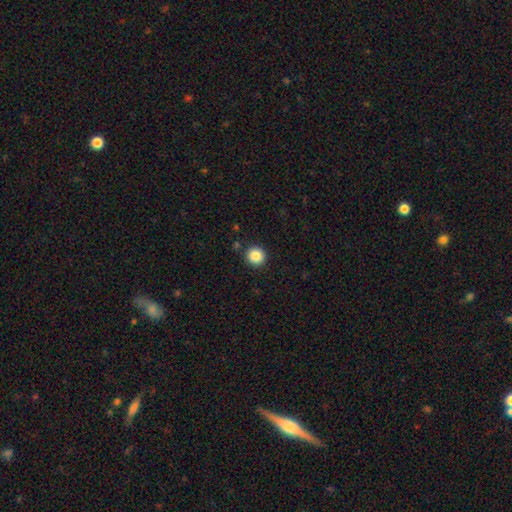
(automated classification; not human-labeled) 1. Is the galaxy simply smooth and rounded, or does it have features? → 87% smooth, 10% star or artifact, 4% featured or disk.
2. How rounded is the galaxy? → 94% round, 5% in between, 1% cigar-shaped.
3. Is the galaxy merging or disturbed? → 91% none, 6% minor disturbance, 2% major disturbance, 2% merger.